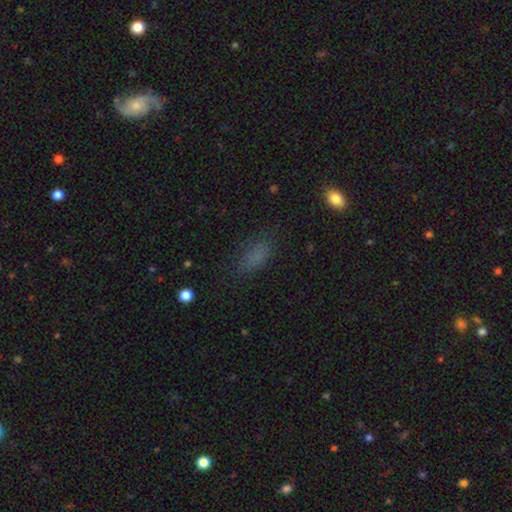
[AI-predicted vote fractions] This is likely a smooth galaxy (78%). How rounded: likely in between (77%). Merging: likely none (74%).